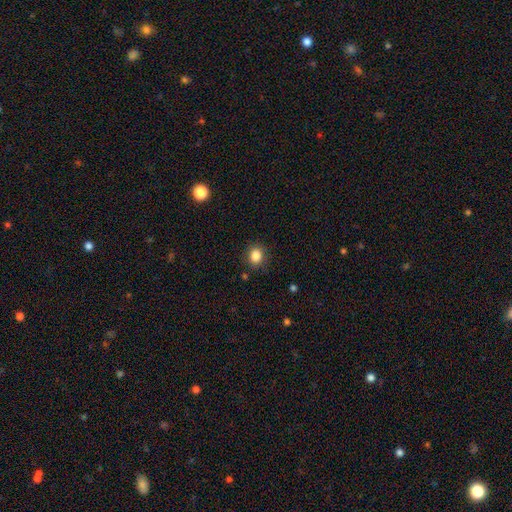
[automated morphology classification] Smooth or featured? smooth (85%)
How rounded? round (73%)
Merging? none (87%)